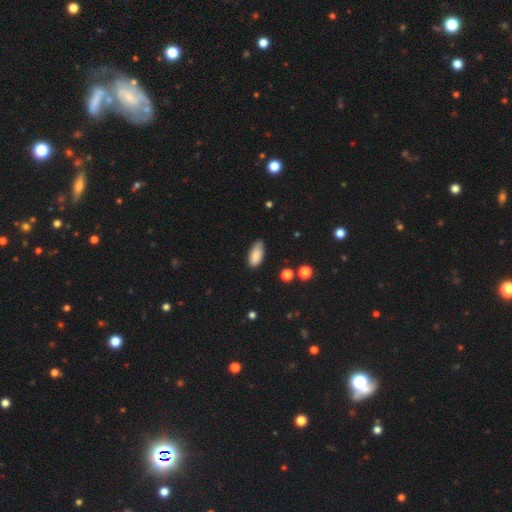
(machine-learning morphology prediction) smooth-or-featured: smooth: 84% | featured or disk: 9% | star or artifact: 7%
  how-rounded: in between: 90% | cigar-shaped: 8% | round: 2%
  merging: none: 69% | minor disturbance: 25% | major disturbance: 4% | merger: 2%